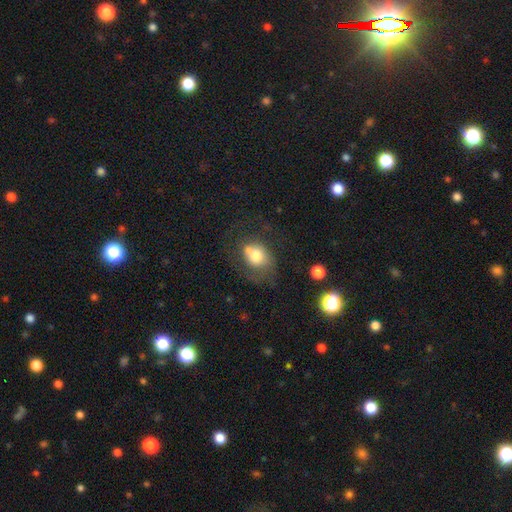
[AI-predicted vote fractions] smooth-or-featured: smooth: 68% | featured or disk: 23% | star or artifact: 10%
  how-rounded: in between: 62% | round: 37% | cigar-shaped: 1%
  merging: none: 42% | minor disturbance: 26% | major disturbance: 22% | merger: 11%